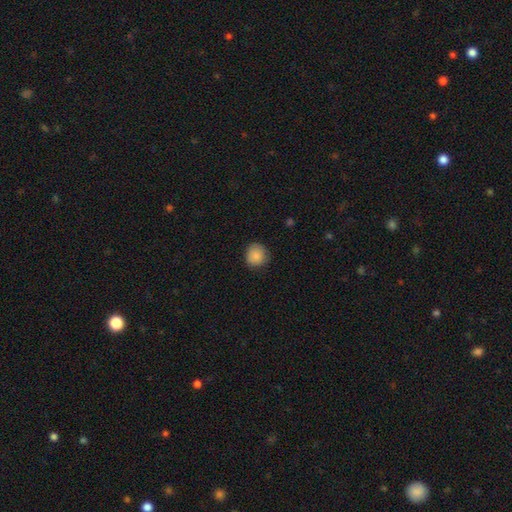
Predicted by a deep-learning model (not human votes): Morphology: type=smooth (88%); roundness=round (89%); merging=none (83%).